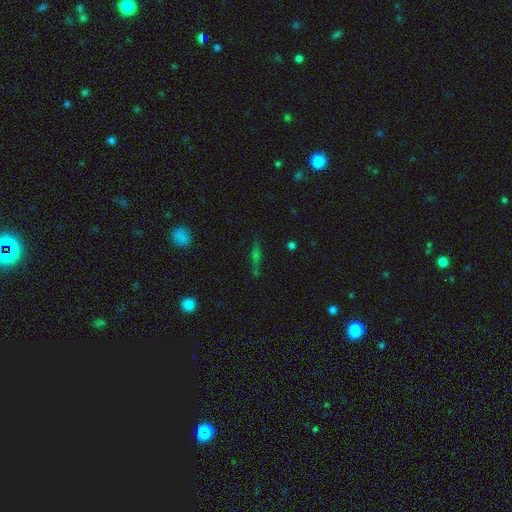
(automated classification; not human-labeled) Smooth or featured?
  - featured or disk: 36% * (tied)
  - smooth: 36% * (tied)
  - star or artifact: 29%
Merging?
  - none: 81% *
  - minor disturbance: 12%
  - major disturbance: 5%
  - merger: 3%